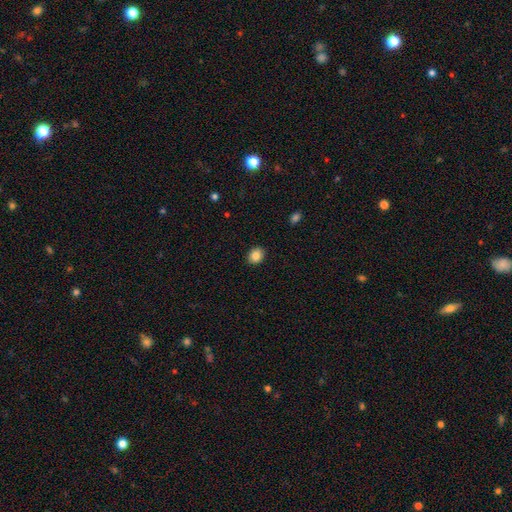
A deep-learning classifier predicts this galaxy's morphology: type=smooth (85%); roundness=round (52%); merging=none (91%).